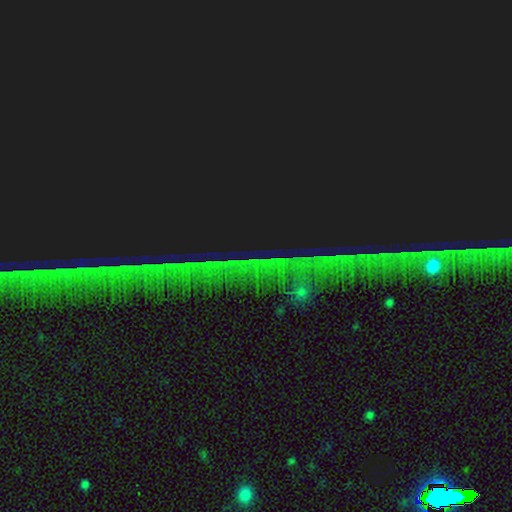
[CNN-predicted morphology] The model was most divided on "smooth or featured": star or artifact: 85%, featured or disk: 8%, smooth: 7%.